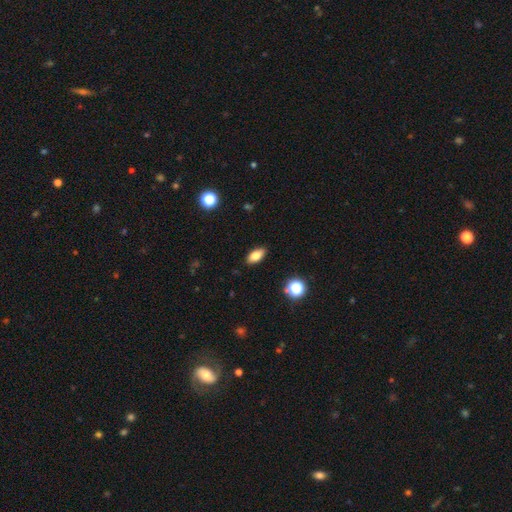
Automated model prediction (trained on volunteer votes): smooth-or-featured: smooth: 80% | featured or disk: 11% | star or artifact: 10%
  how-rounded: in between: 87% | cigar-shaped: 8% | round: 5%
  merging: none: 89% | minor disturbance: 8% | major disturbance: 2% | merger: 1%